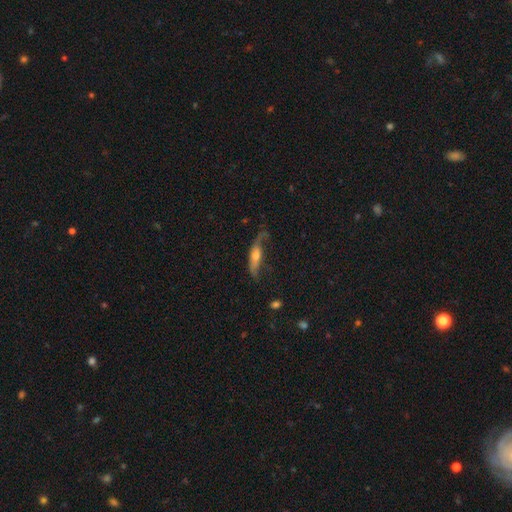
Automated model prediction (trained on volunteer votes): smooth_or_featured: featured or disk (p=0.55) [alt: smooth p=0.38]
disk_edge_on: yes (p=0.56) [alt: no p=0.44]
merging: none (p=0.43) [alt: minor disturbance p=0.28]